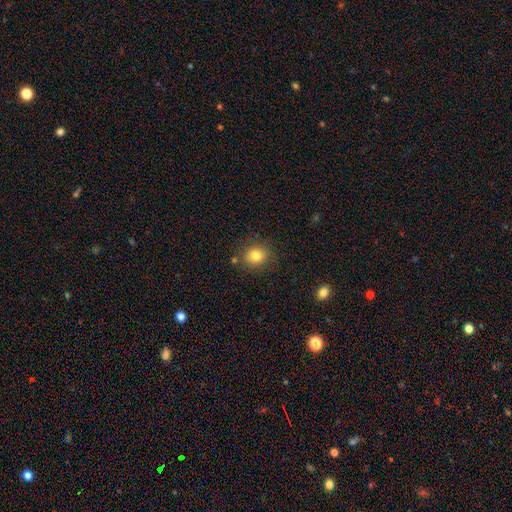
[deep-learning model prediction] smooth 81%, star or artifact 12%, featured or disk 8%. Down the decision tree: how rounded — round (79%); merging — none (84%).